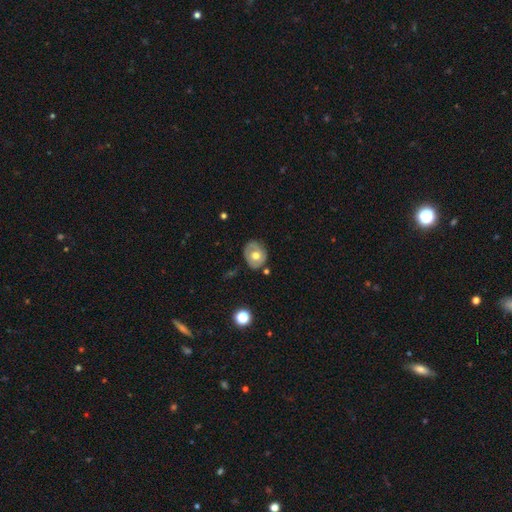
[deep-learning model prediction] smooth 51%, featured or disk 42%, star or artifact 7%. Down the decision tree: how rounded — round (55%); merging — none (73%).